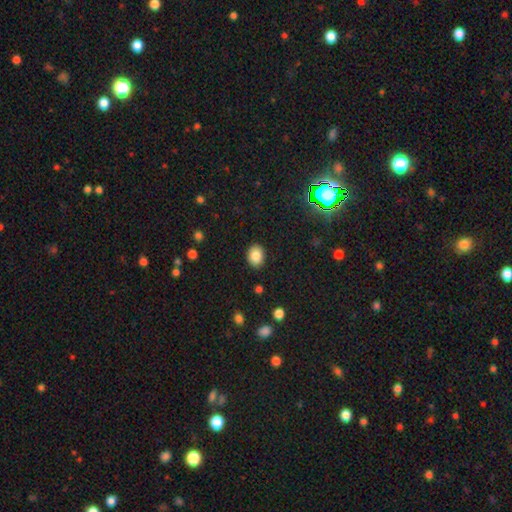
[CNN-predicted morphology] This is clearly a smooth galaxy (85%). How rounded: possibly in between (51%). Merging: clearly none (90%).